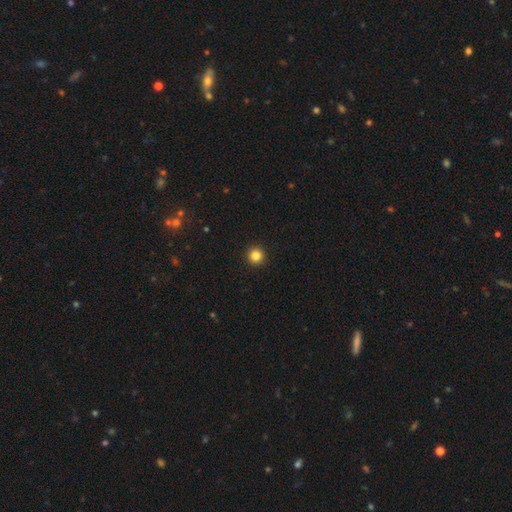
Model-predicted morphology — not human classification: This is clearly a smooth galaxy (83%). How rounded: clearly round (96%). Merging: clearly none (94%).